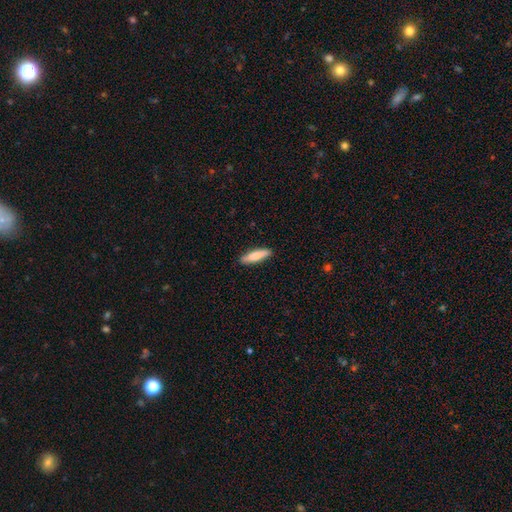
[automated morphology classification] smooth 79%, featured or disk 16%, star or artifact 5%. Down the decision tree: how rounded — cigar-shaped (71%); merging — none (87%).